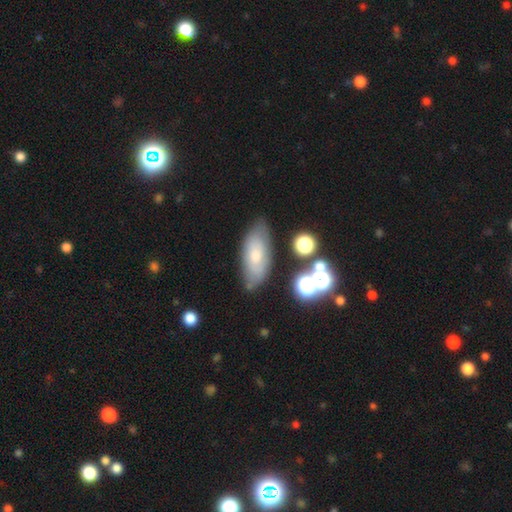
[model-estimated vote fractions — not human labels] Morphology: type=smooth (60%); roundness=in between (83%); merging=none (74%).